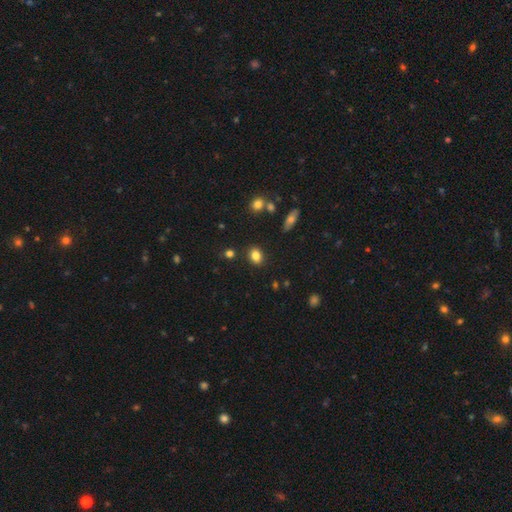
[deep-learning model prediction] Smooth or featured? Predicted: smooth (p=0.82). How rounded? Predicted: in between (p=0.56). Merging? Predicted: none (p=0.85).